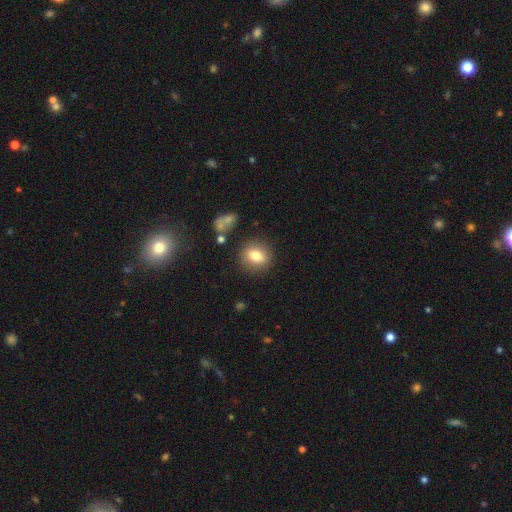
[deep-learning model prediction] This is likely a smooth galaxy (76%). How rounded: likely round (63%). Merging: clearly none (85%).